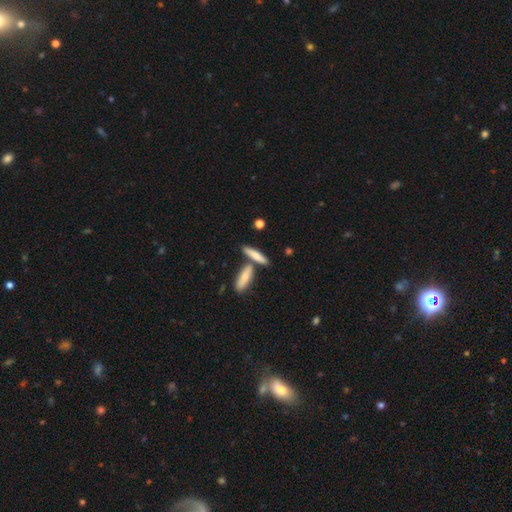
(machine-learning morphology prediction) This appears to be a smooth galaxy with no disk features (68%) that is cigar-shaped (72%). Merging: none (61%).